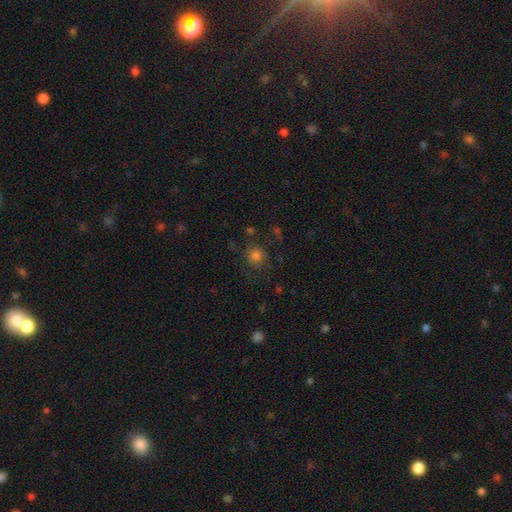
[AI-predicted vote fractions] This appears to be a smooth galaxy with no disk features (78%) that is round (89%). Merging: none (77%).